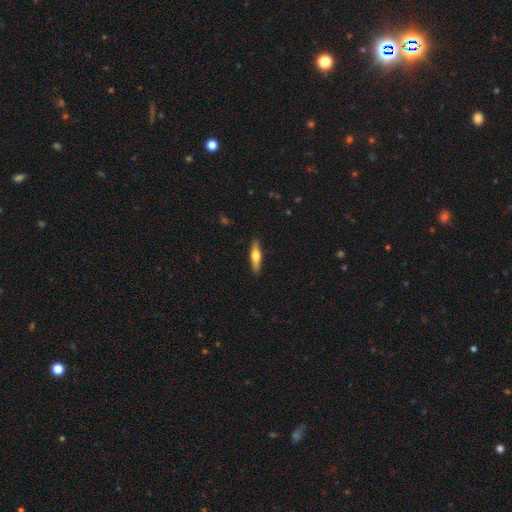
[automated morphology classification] The model was most divided on "smooth or featured": smooth: 50%, featured or disk: 44%, star or artifact: 6%. More confident: merging — none (89%); how rounded — cigar-shaped (71%).